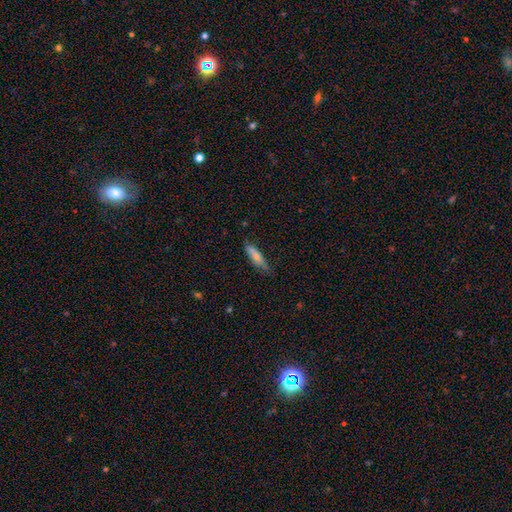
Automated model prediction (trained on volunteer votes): Overall: smooth (73%). How rounded: cigar-shaped (60%; in between 38%). Merging: none (71%).